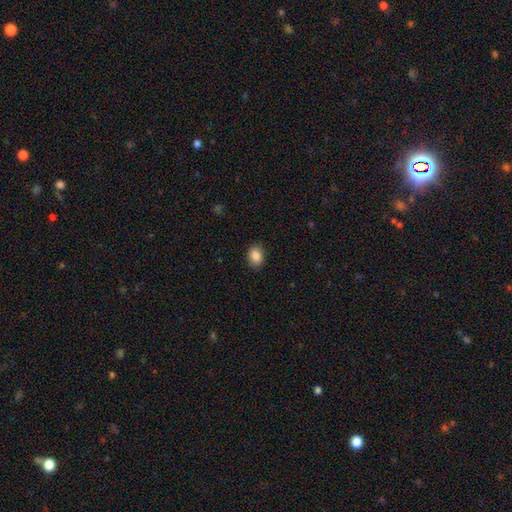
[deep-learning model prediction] Smooth or featured? Predicted: smooth (p=0.87). How rounded? Predicted: in between (p=0.65). Merging? Predicted: none (p=0.88).